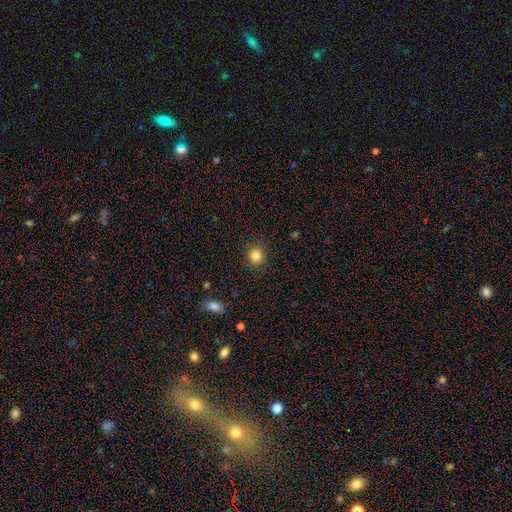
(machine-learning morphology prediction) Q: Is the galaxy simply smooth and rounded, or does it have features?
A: smooth — 84%.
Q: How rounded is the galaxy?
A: round — 88%.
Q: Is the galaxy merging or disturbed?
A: none — 89%.